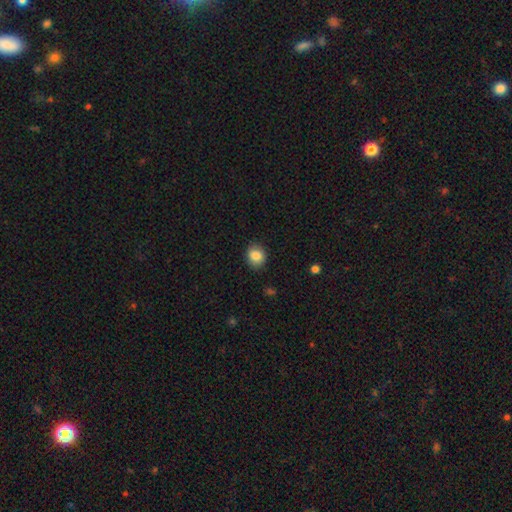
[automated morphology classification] Smooth or featured? smooth (85%)
How rounded? round (65%)
Merging? none (86%)